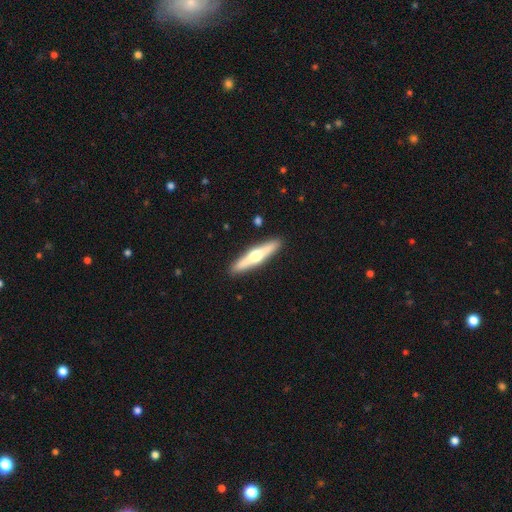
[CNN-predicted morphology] smooth_or_featured: featured or disk (p=0.60) [alt: smooth p=0.35]
disk_edge_on: yes (p=0.96) [alt: no p=0.04]
edge_on_bulge: rounded (p=0.93) [alt: none p=0.04]
merging: none (p=0.91) [alt: minor disturbance p=0.07]